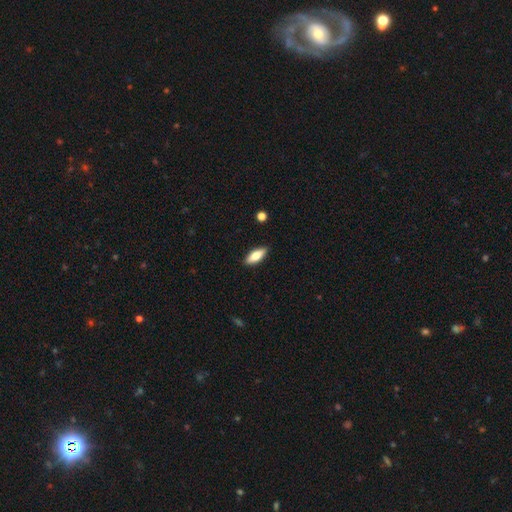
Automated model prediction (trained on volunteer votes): The model was most divided on "how rounded": in between: 68%, cigar-shaped: 29%, round: 2%. More confident: merging — none (89%); smooth or featured — smooth (69%).